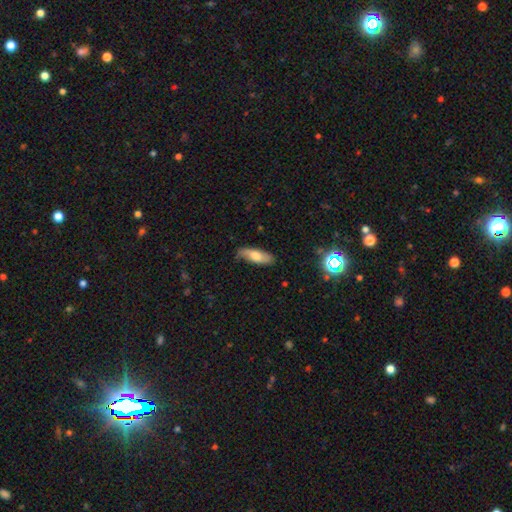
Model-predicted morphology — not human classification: smooth 63%, featured or disk 30%, star or artifact 7%. Down the decision tree: how rounded — in between (62%); merging — none (72%).